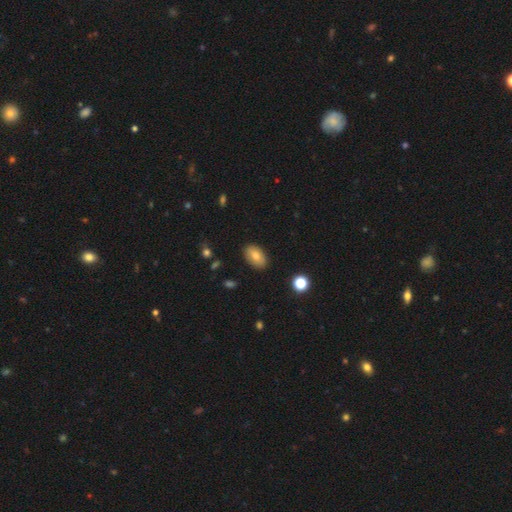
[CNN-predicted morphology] The model was most divided on "smooth or featured": smooth: 77%, featured or disk: 15%, star or artifact: 9%. More confident: how rounded — in between (90%); merging — none (87%).